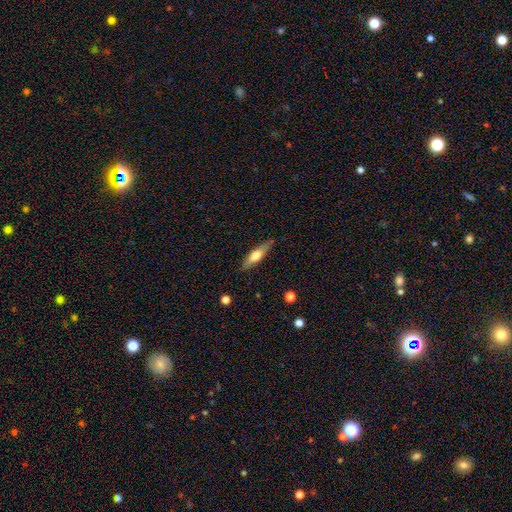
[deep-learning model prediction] Smooth or featured: smooth — 58% (featured or disk — 36%)
How rounded: cigar-shaped — 61% (in between — 37%)
Merging: none — 82% (minor disturbance — 14%)